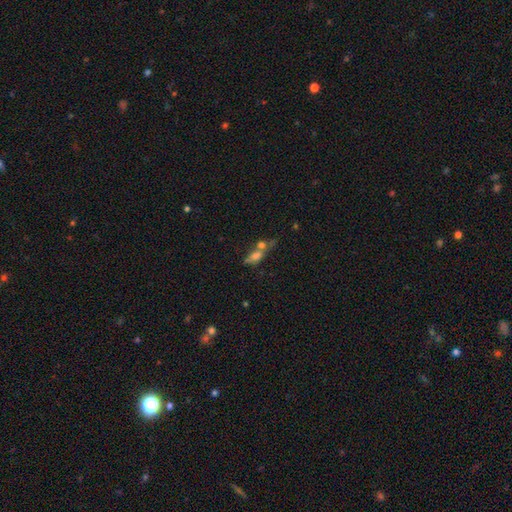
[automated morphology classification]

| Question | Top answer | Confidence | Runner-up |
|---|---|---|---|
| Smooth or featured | smooth | 56% | featured or disk (28%) |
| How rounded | in between | 60% | cigar-shaped (24%) |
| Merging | merger | 50% | none (27%) |